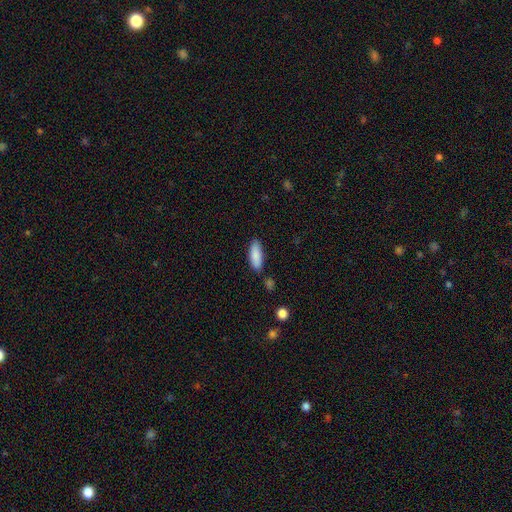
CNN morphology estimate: A smooth galaxy with no disk features (88%) that is in between round and cigar-shaped (66%).

Vote fractions:
- Smooth or featured? smooth: 88% / featured or disk: 6% / star or artifact: 6%
- How rounded? in between: 66% / cigar-shaped: 32% / round: 2%
- Merging? none: 80% / minor disturbance: 13% / merger: 4% / major disturbance: 3%